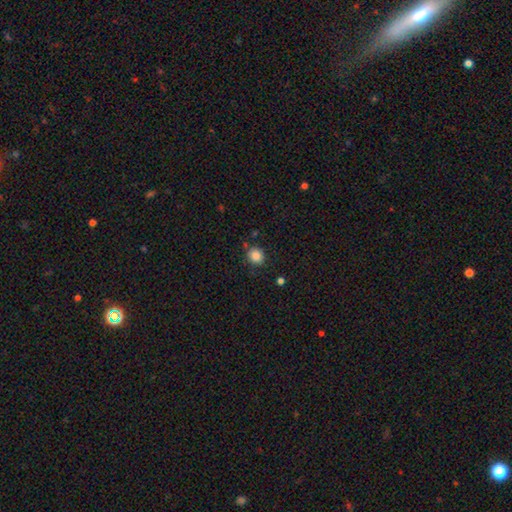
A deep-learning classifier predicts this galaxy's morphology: smooth 86%, star or artifact 10%, featured or disk 4%. Down the decision tree: how rounded — round (83%); merging — none (82%).